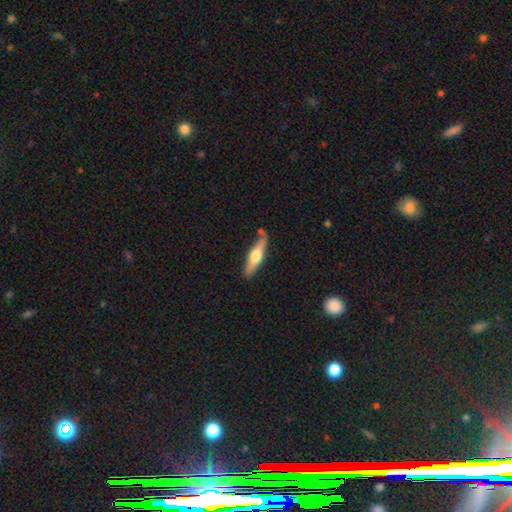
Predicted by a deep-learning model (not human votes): Morphology: type=featured or disk (51%); edge-on=yes (91%); merging=none (77%).